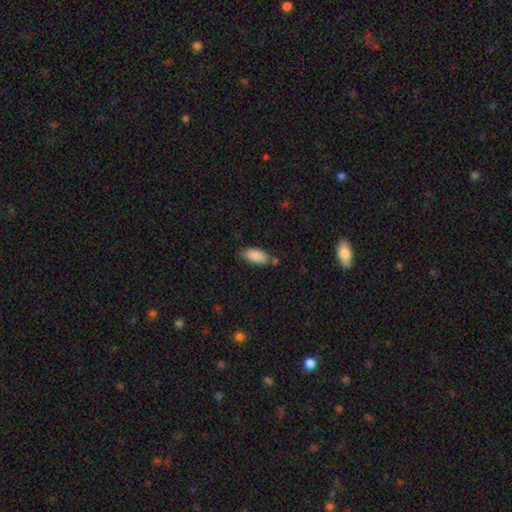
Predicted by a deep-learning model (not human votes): The model was most divided on "merging": none: 67%, minor disturbance: 20%, merger: 9%, major disturbance: 4%. More confident: how rounded — in between (90%); smooth or featured — smooth (88%).